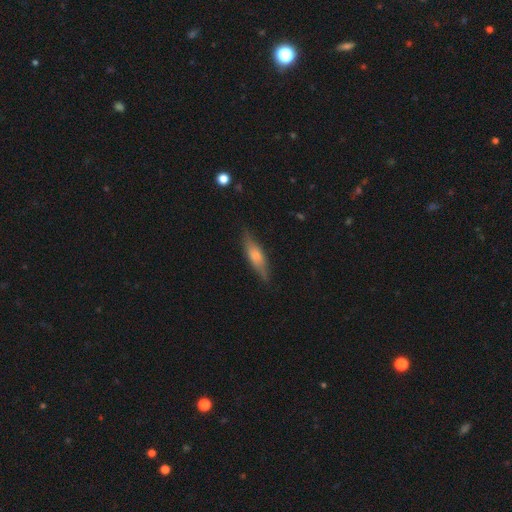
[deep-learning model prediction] This is possibly a smooth galaxy (57%). How rounded: likely cigar-shaped (67%). Merging: clearly none (81%).